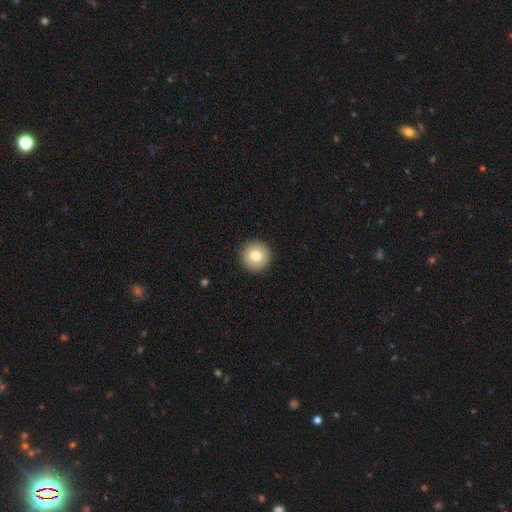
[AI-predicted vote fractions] Q: Smooth or featured?
A: smooth (78%); runner-up: featured or disk (13%)
Q: How rounded?
A: round (96%); runner-up: in between (3%)
Q: Merging?
A: none (93%); runner-up: minor disturbance (5%)